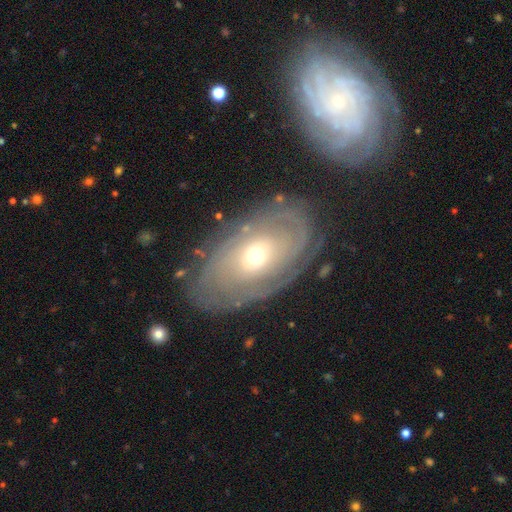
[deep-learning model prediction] Smooth or featured?
  - featured or disk: 75% *
  - smooth: 18%
  - star or artifact: 6%
Edge-on disk?
  - no: 93% *
  - yes: 7%
Bar?
  - no: 81% *
  - weak: 14%
  - strong: 5%
Spiral arms?
  - yes: 77% *
  - no: 23%
Spiral winding?
  - tight: 74% *
  - medium: 18%
  - loose: 7%
Spiral arm count?
  - can't tell: 48% *
  - 2: 25%
  - 3: 10%
  - 4: 6%
  - 1: 6%
  - more than 4: 5%
Bulge size?
  - moderate: 57% *
  - small: 37%
  - large: 4%
  - dominant: 1%
  - none: 1%
Merging?
  - none: 77% *
  - minor disturbance: 14%
  - major disturbance: 6%
  - merger: 2%